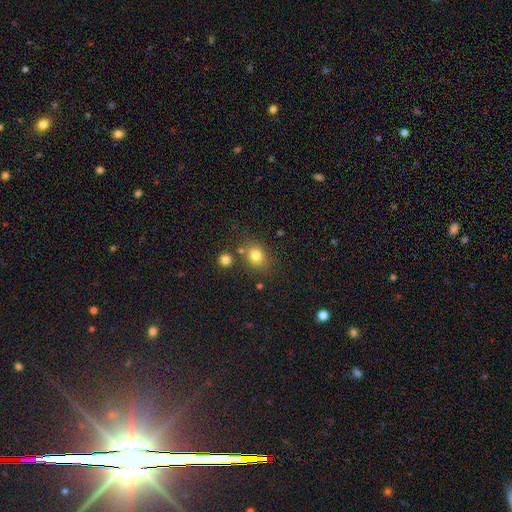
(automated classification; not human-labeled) Morphology: type=smooth (79%); roundness=round (59%); merging=none (72%).